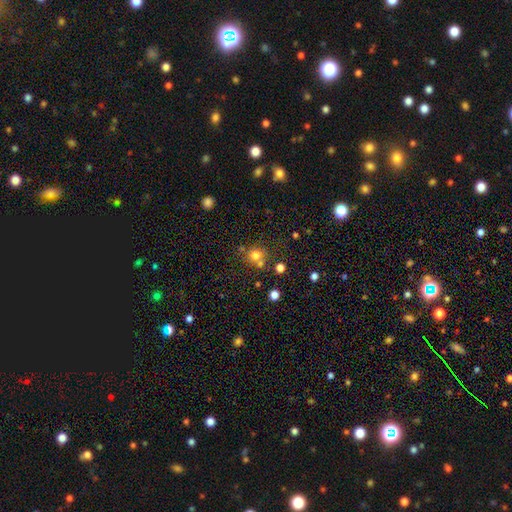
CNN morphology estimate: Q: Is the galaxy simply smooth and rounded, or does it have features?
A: smooth — 74%.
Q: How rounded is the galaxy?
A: round — 86%.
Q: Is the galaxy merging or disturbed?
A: none — 60%.